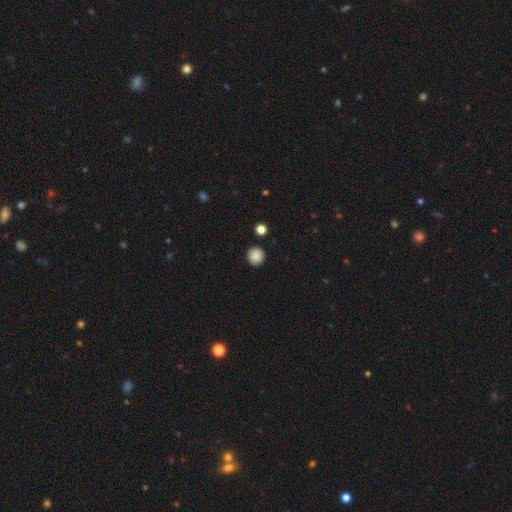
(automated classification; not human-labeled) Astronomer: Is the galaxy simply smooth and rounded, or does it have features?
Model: smooth — 88%.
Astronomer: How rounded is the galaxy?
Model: round — 92%.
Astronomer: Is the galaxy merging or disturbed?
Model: none — 90%.